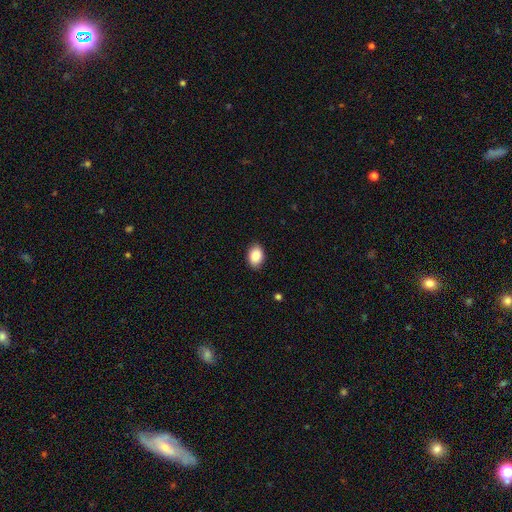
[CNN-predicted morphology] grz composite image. It shows a smooth galaxy with no disk features (88%) that is in between round and cigar-shaped (84%). Merging: none (89%).